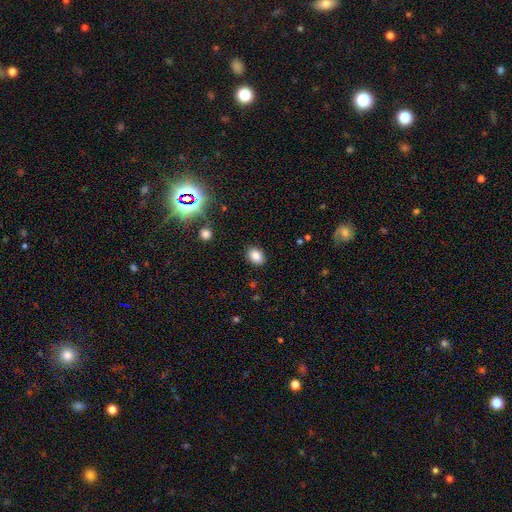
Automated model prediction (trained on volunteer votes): Smooth or featured? Predicted: smooth (p=0.83). How rounded? Predicted: in between (p=0.71). Merging? Predicted: none (p=0.88).